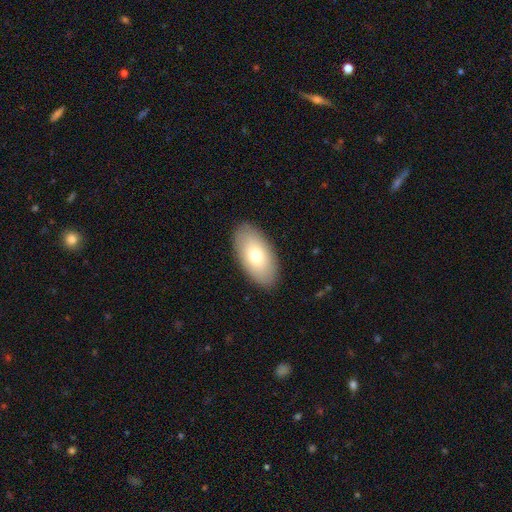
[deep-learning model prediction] A smooth galaxy with no disk features (73%) that is in between round and cigar-shaped (94%).

Vote fractions:
- Smooth or featured? smooth: 73% / featured or disk: 20% / star or artifact: 6%
- How rounded? in between: 94% / round: 3% / cigar-shaped: 3%
- Merging? none: 89% / minor disturbance: 8% / major disturbance: 2% / merger: 1%